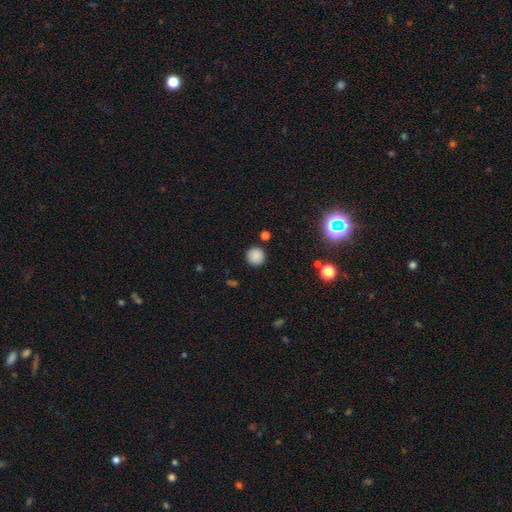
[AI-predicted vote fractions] Overall: smooth (85%). How rounded: round (95%). Merging: none (89%).